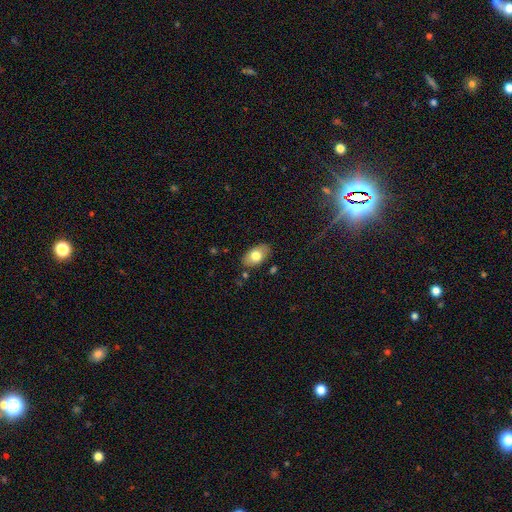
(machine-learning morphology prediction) Overall: smooth (74%). How rounded: in between (91%). Merging: none (82%).